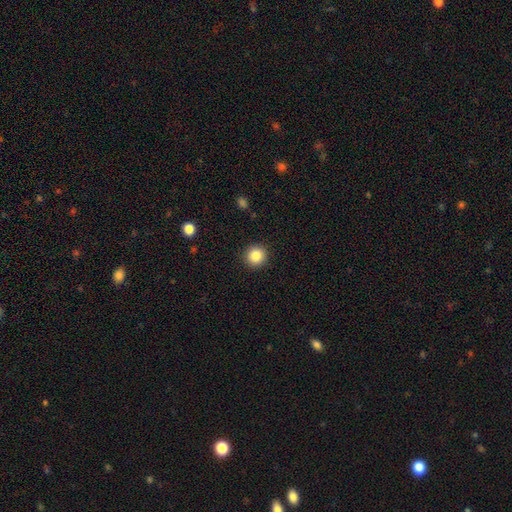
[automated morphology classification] Smooth or featured? Predicted: smooth (p=0.85). How rounded? Predicted: round (p=0.94). Merging? Predicted: none (p=0.92).